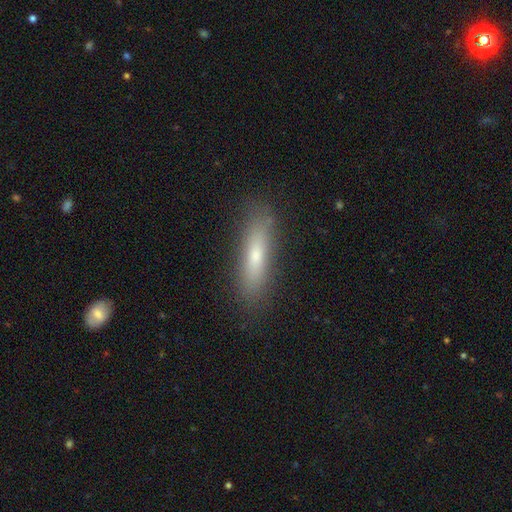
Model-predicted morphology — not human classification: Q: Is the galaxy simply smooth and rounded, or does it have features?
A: smooth — 64%.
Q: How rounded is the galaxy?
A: cigar-shaped — 75%.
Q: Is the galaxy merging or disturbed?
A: none — 86%.